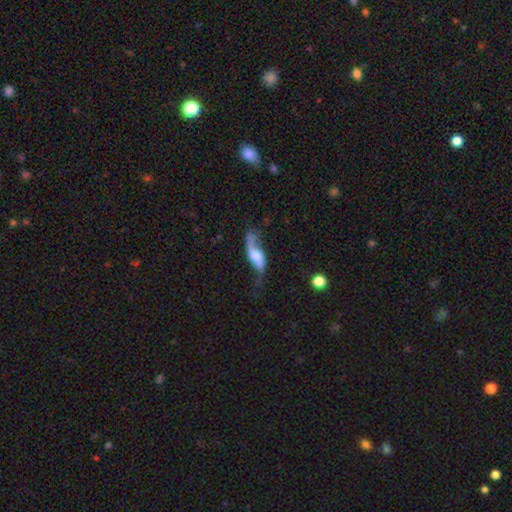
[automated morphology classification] featured or disk 72%, smooth 21%, star or artifact 7%. Down the decision tree: edge-on disk — no (84%); bar — no (49%); spiral arms — yes (90%); spiral arm count — 2 (85%); spiral winding — loose (82%); bulge size — moderate (34%); merging — none (49%).